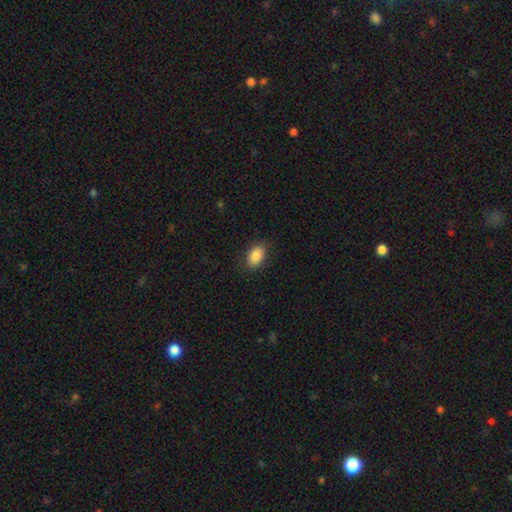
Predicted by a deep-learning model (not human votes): smooth-or-featured: smooth: 86% | star or artifact: 8% | featured or disk: 7%
  how-rounded: in between: 89% | round: 10% | cigar-shaped: 1%
  merging: none: 85% | minor disturbance: 11% | major disturbance: 3% | merger: 1%